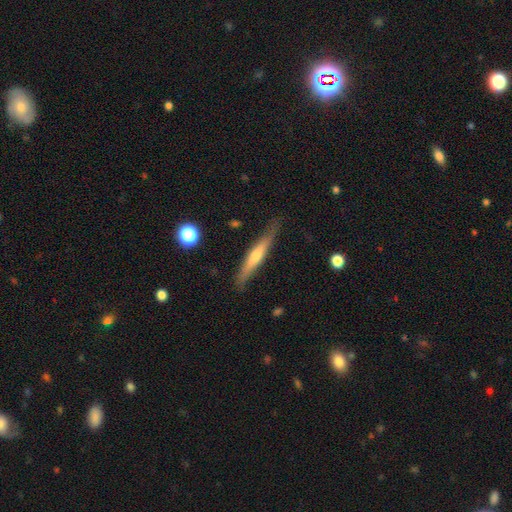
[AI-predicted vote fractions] This is possibly a featured or disk galaxy (59%). It is clearly viewed edge-on (95%). Edge-on bulge: likely rounded (66%). Merging: clearly none (84%).